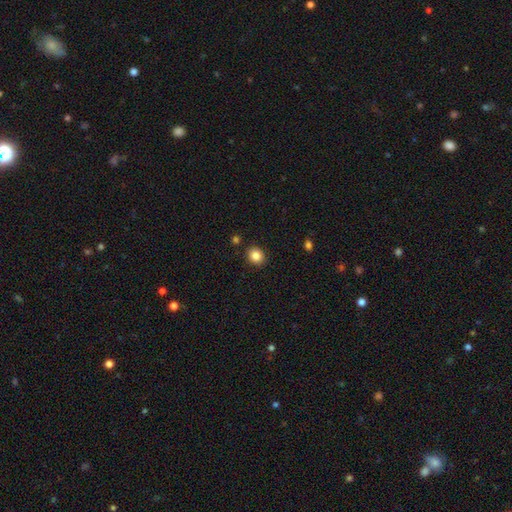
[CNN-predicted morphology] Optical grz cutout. It shows a smooth galaxy with no disk features (85%) that is round (76%). Merging: none (89%).